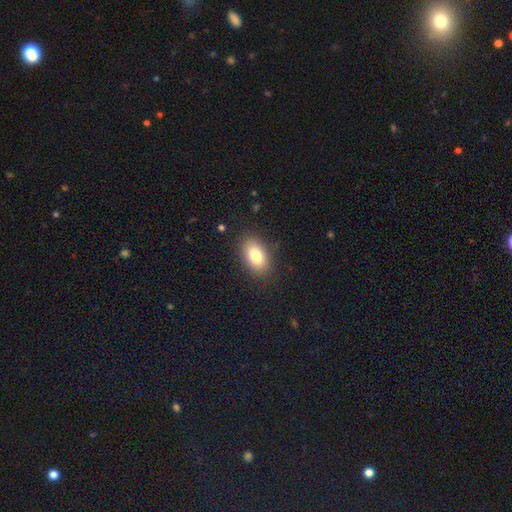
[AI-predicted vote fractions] Smooth or featured?
  - smooth: 79% *
  - featured or disk: 13%
  - star or artifact: 9%
How rounded?
  - in between: 89% *
  - round: 9%
  - cigar-shaped: 2%
Merging?
  - none: 86% *
  - minor disturbance: 9%
  - major disturbance: 3%
  - merger: 1%